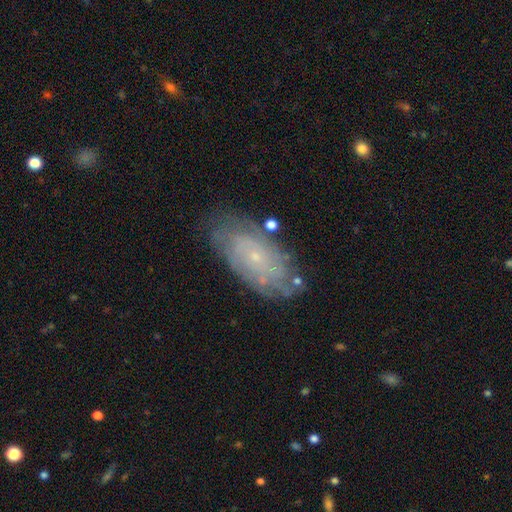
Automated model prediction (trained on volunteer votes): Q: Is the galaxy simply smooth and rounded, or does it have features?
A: featured or disk — 65%.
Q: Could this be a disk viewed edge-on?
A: no — 92%.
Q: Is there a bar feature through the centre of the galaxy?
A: no — 82%.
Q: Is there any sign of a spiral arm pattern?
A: yes — 79%.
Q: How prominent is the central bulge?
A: small — 84%.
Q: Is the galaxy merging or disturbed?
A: none — 75%.